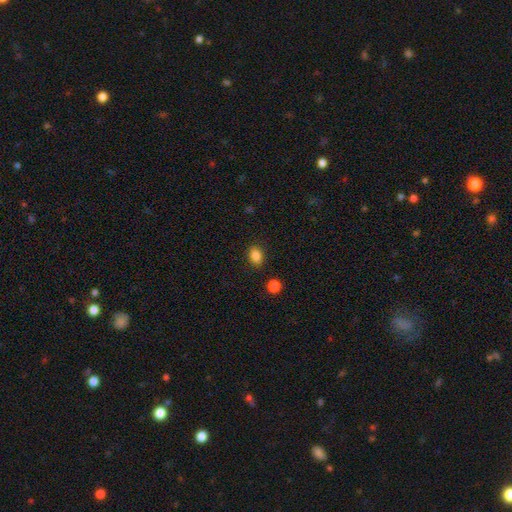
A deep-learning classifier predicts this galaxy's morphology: Smooth or featured? smooth (85%)
How rounded? in between (72%)
Merging? none (86%)